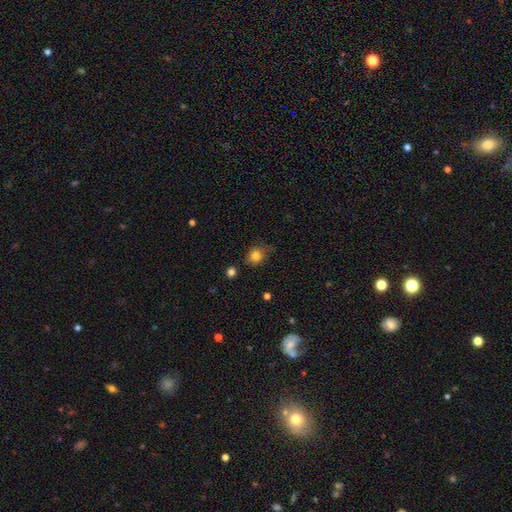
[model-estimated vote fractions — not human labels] Overall: smooth (80%). How rounded: round (70%). Merging: none (69%).